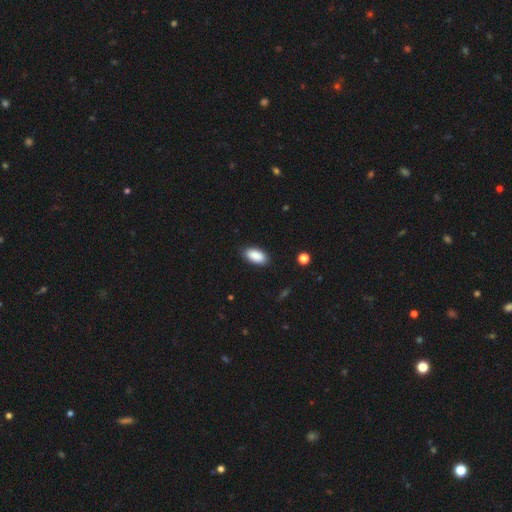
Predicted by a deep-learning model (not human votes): smooth-or-featured: smooth: 89% | star or artifact: 7% | featured or disk: 4%
  how-rounded: in between: 93% | cigar-shaped: 4% | round: 3%
  merging: none: 87% | minor disturbance: 10% | major disturbance: 2% | merger: 1%